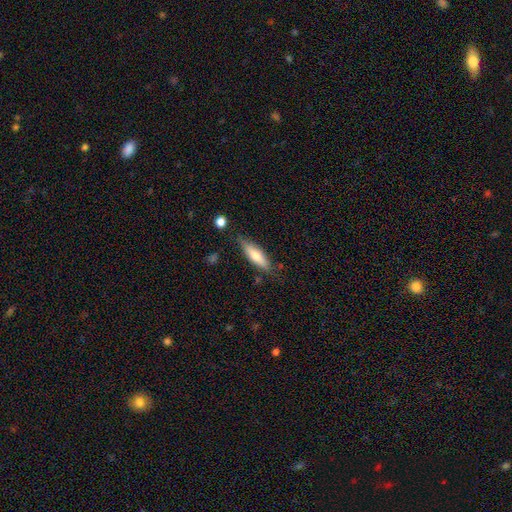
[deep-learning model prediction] A smooth galaxy with no disk features (64%) that is cigar-shaped (60%). Merging: none (78%).